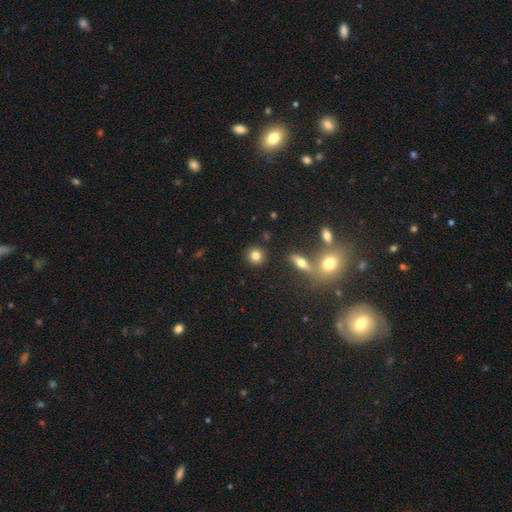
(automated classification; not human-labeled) Smooth or featured?
  - smooth: 81% *
  - star or artifact: 10%
  - featured or disk: 9%
How rounded?
  - round: 90% *
  - in between: 9%
  - cigar-shaped: 2%
Merging?
  - none: 87% *
  - minor disturbance: 6%
  - merger: 4%
  - major disturbance: 2%